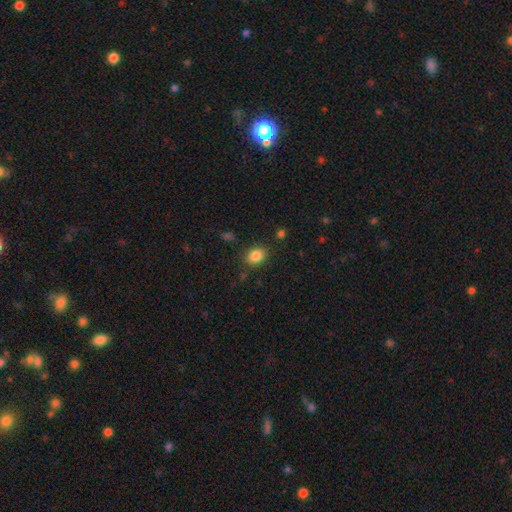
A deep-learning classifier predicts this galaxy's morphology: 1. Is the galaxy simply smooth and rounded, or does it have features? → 85% smooth, 10% star or artifact, 5% featured or disk.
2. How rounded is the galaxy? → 64% in between, 35% round, 1% cigar-shaped.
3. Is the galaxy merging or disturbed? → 83% none, 11% minor disturbance, 3% major disturbance, 2% merger.